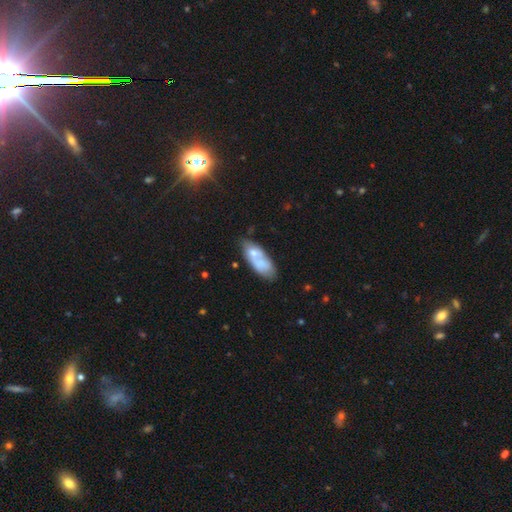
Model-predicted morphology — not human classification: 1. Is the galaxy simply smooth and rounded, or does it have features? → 62% smooth, 31% featured or disk, 7% star or artifact.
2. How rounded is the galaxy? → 80% in between, 18% cigar-shaped, 3% round.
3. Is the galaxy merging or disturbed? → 43% none, 28% merger, 21% minor disturbance, 8% major disturbance.